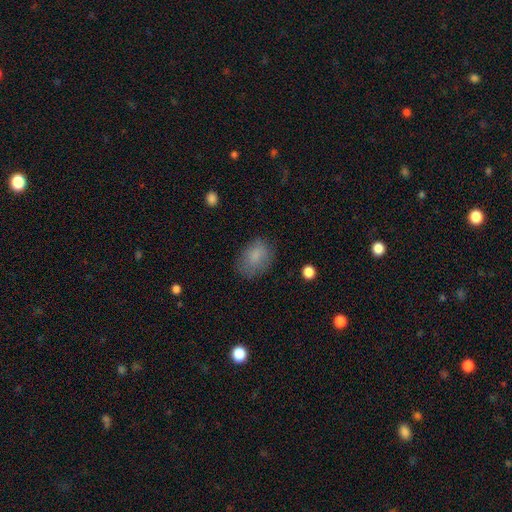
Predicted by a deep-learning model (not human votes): smooth_or_featured: smooth (p=0.81) [alt: featured or disk p=0.10]
how_rounded: in between (p=0.77) [alt: round p=0.22]
merging: none (p=0.71) [alt: minor disturbance p=0.20]